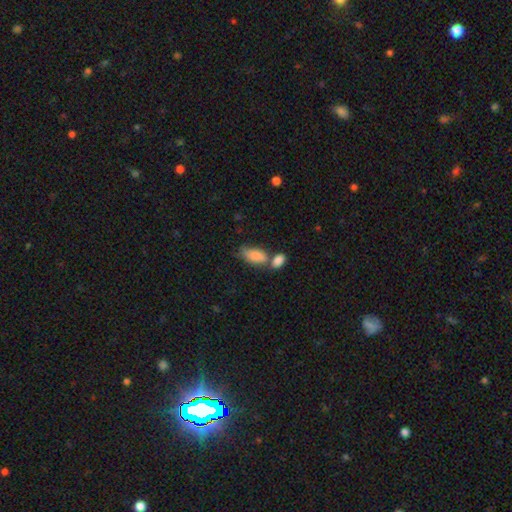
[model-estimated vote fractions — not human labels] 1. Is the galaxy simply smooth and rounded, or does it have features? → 85% smooth, 9% featured or disk, 7% star or artifact.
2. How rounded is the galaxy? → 89% in between, 7% cigar-shaped, 4% round.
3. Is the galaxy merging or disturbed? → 47% merger, 32% none, 14% minor disturbance, 6% major disturbance.